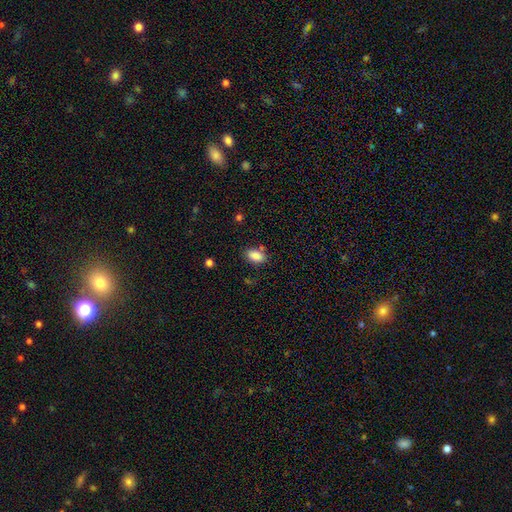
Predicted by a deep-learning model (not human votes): The model was most divided on "merging": none: 75%, minor disturbance: 14%, merger: 7%, major disturbance: 4%. More confident: how rounded — in between (90%); smooth or featured — smooth (87%).